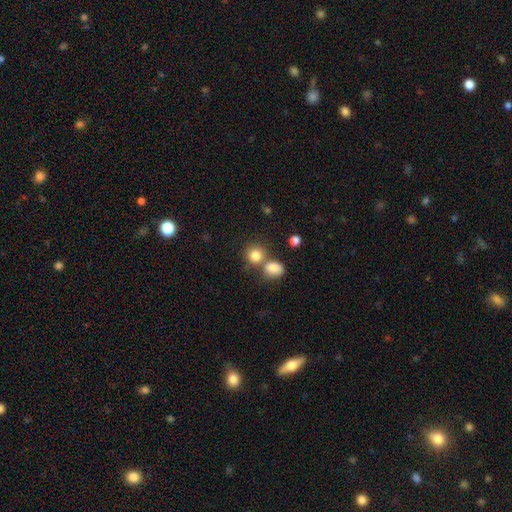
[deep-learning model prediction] Smooth or featured? Predicted: smooth (p=0.83). How rounded? Predicted: round (p=0.82). Merging? Predicted: none (p=0.52).